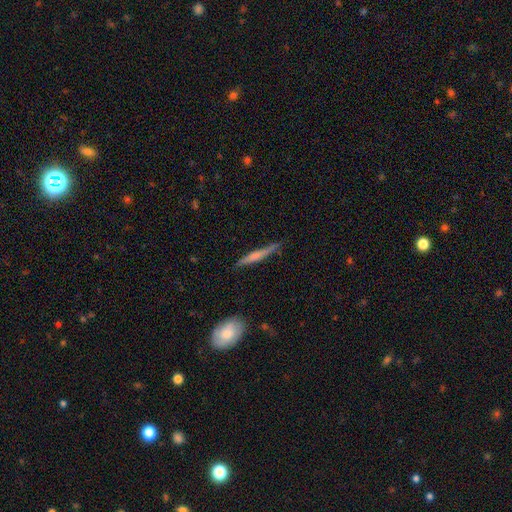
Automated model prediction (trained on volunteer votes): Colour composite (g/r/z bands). It shows a smooth galaxy with no disk features (50%). Merging: none (78%).